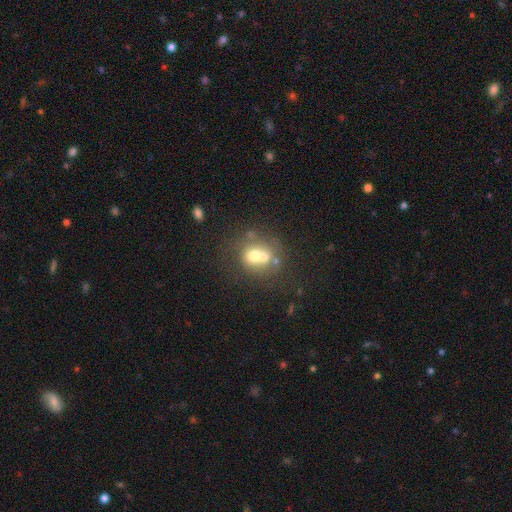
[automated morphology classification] Smooth or featured: smooth — 59% (featured or disk — 28%)
How rounded: round — 73% (in between — 26%)
Merging: merger — 51% (none — 35%)